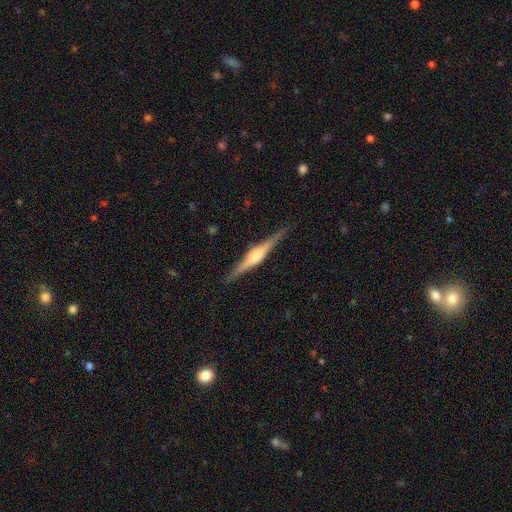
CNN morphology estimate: Smooth or featured? Predicted: featured or disk (p=0.79). Edge-on disk? Predicted: yes (p=0.98). Edge-on bulge? Predicted: rounded (p=0.75). Merging? Predicted: none (p=0.89).